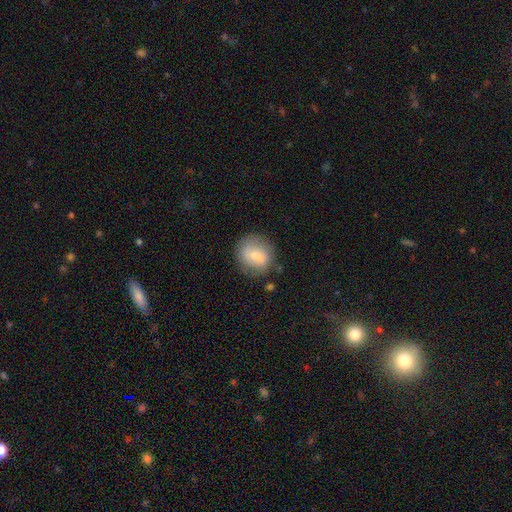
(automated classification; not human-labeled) smooth 65%, featured or disk 27%, star or artifact 8%. Down the decision tree: how rounded — round (81%); merging — none (69%).